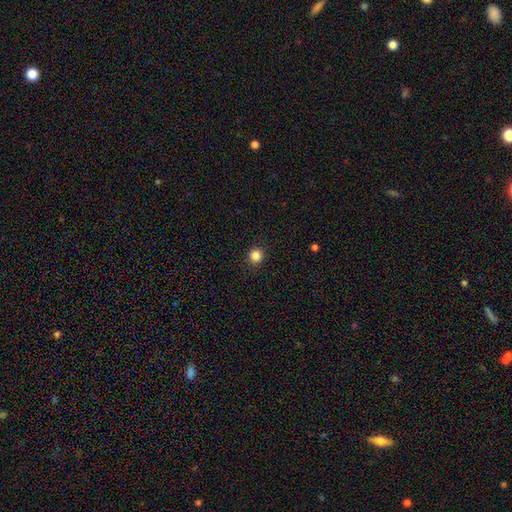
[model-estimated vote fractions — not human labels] Morphology: type=smooth (85%); roundness=round (91%); merging=none (91%).